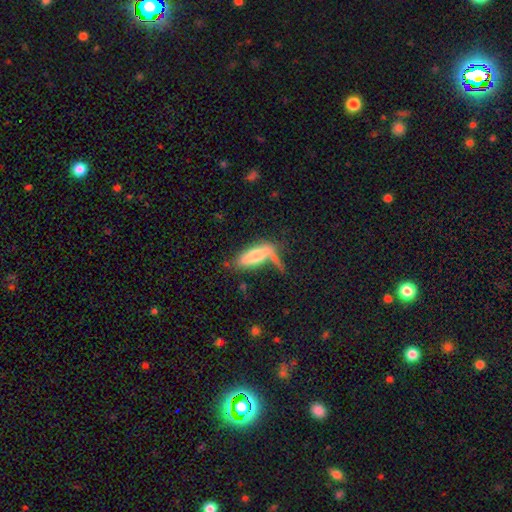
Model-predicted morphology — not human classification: Overall: smooth (66%; featured or disk 27%). How rounded: cigar-shaped (50%; in between 47%). Merging: none (41%; minor disturbance 22%).